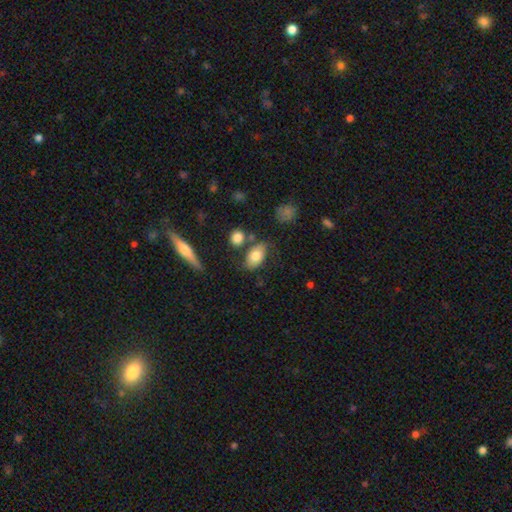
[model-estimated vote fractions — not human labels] Smooth or featured? Predicted: smooth (p=0.75). How rounded? Predicted: in between (p=0.90). Merging? Predicted: none (p=0.64).